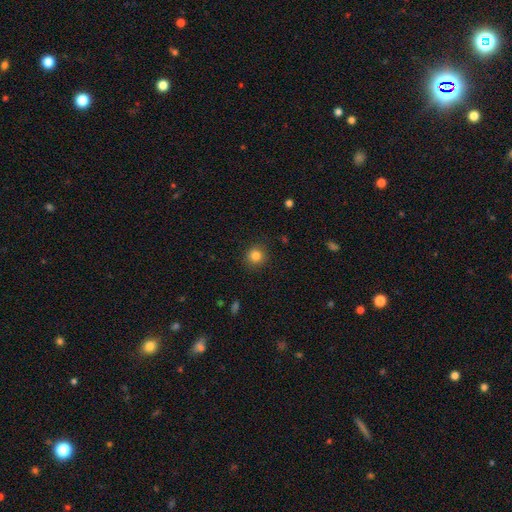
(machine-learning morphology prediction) This appears to be a smooth galaxy with no disk features (83%) that is round (91%). Merging: none (89%).